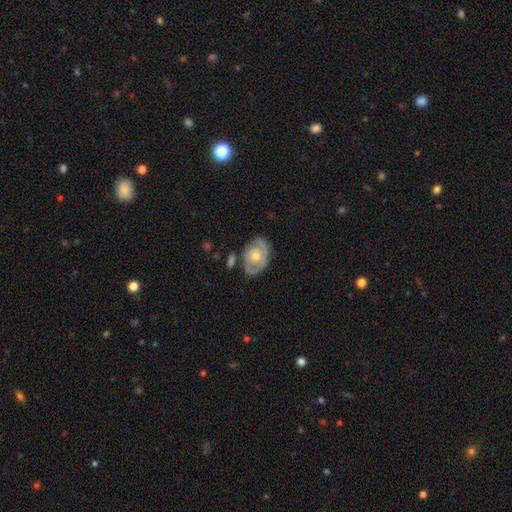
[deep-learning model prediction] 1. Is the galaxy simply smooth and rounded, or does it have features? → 64% featured or disk, 30% smooth, 6% star or artifact.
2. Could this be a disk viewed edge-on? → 94% no, 6% yes.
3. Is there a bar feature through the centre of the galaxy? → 84% no, 13% weak, 3% strong.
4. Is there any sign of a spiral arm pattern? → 56% yes, 44% no.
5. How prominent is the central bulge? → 68% moderate, 25% small, 5% large, 1% none, 1% dominant.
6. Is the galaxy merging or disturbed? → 69% none, 20% minor disturbance, 6% major disturbance, 5% merger.